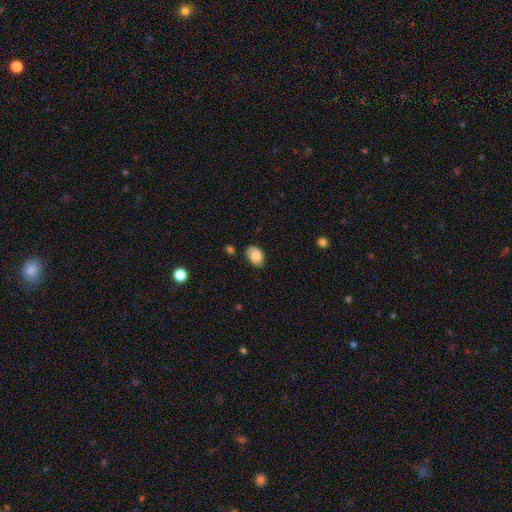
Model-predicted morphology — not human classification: Smooth or featured: smooth — 77% (featured or disk — 15%)
How rounded: in between — 84% (round — 15%)
Merging: none — 68% (minor disturbance — 24%)